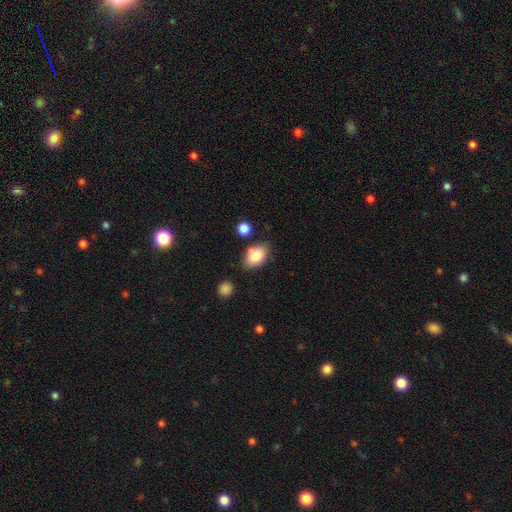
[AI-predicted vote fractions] Smooth or featured: smooth — 80% (featured or disk — 11%)
How rounded: in between — 84% (round — 15%)
Merging: none — 71% (minor disturbance — 16%)